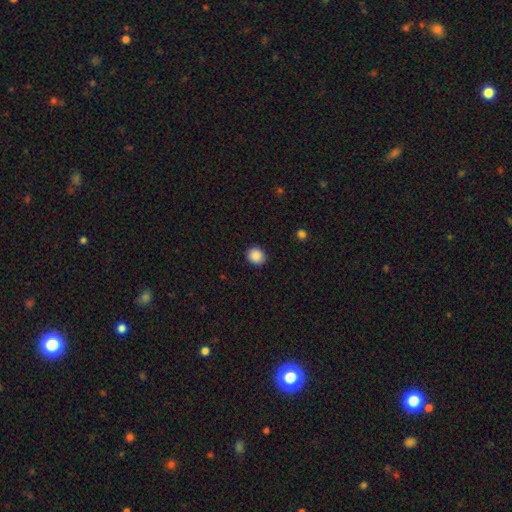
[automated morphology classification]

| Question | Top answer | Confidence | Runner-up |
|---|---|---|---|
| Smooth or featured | smooth | 89% | star or artifact (9%) |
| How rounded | round | 80% | in between (19%) |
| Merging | none | 91% | minor disturbance (6%) |